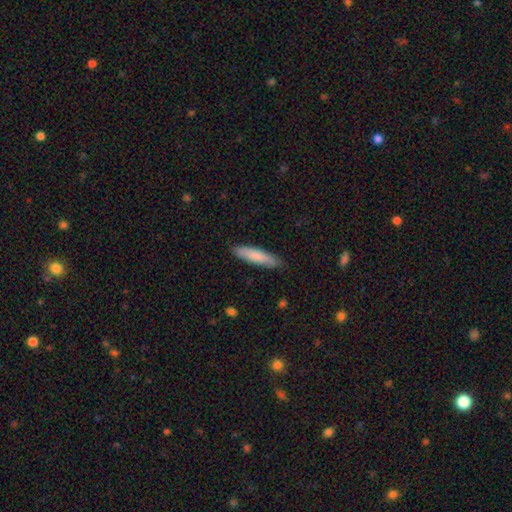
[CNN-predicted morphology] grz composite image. It shows a smooth galaxy with no disk features (79%) that is cigar-shaped (76%). Merging: none (88%).